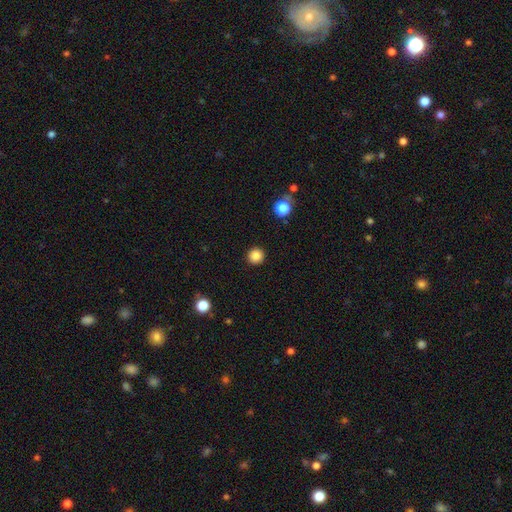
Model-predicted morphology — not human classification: Smooth or featured? smooth (86%)
How rounded? round (95%)
Merging? none (93%)